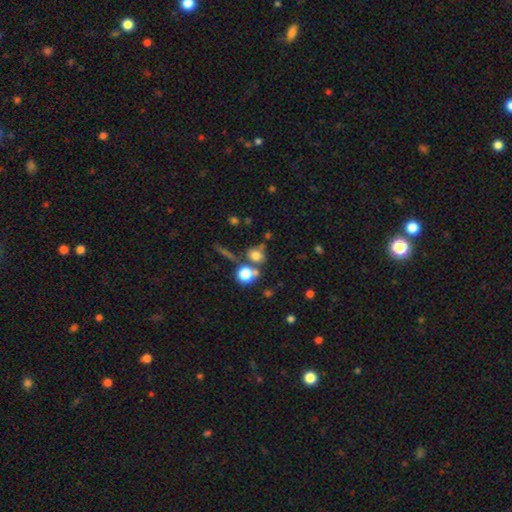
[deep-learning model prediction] smooth 70%, star or artifact 16%, featured or disk 13%. Down the decision tree: how rounded — round (64%); merging — none (55%).